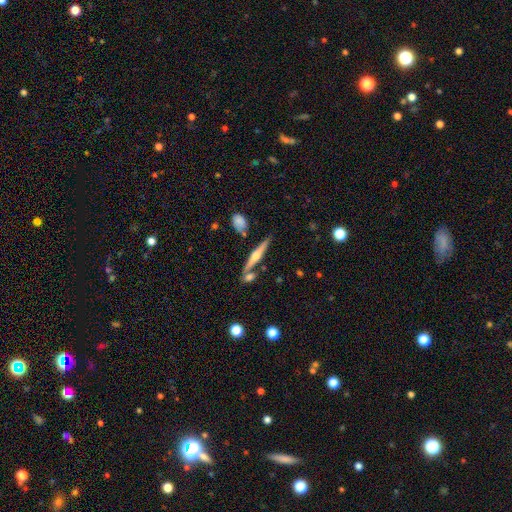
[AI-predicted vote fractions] Smooth or featured? featured or disk (70%)
Edge-on disk? yes (97%)
Edge-on bulge? rounded (92%)
Merging? none (75%)